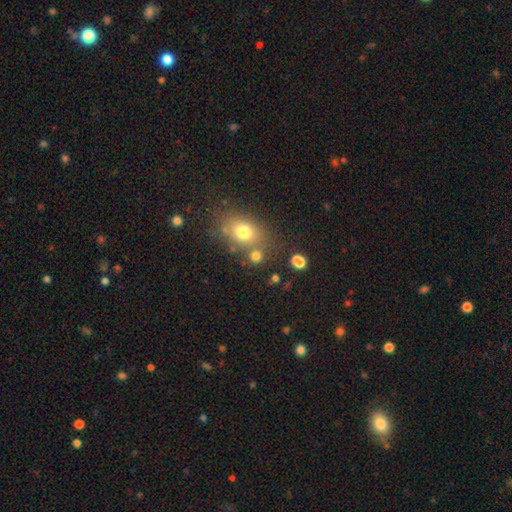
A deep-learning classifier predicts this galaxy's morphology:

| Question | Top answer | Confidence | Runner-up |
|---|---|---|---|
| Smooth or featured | smooth | 74% | star or artifact (15%) |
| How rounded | round | 63% | in between (35%) |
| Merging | none | 65% | merger (19%) |